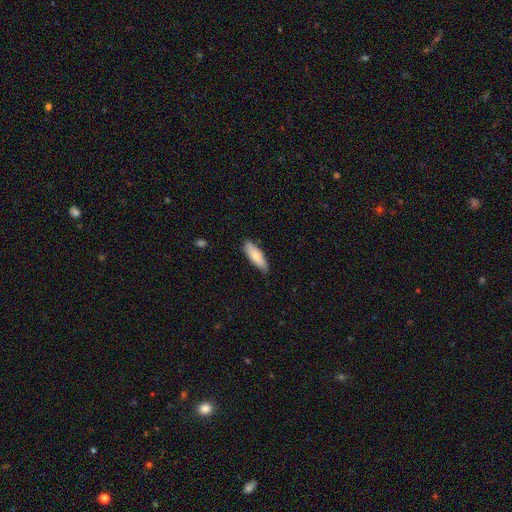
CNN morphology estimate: Smooth or featured: smooth — 81% (featured or disk — 14%)
How rounded: in between — 55% (cigar-shaped — 44%)
Merging: none — 82% (minor disturbance — 14%)